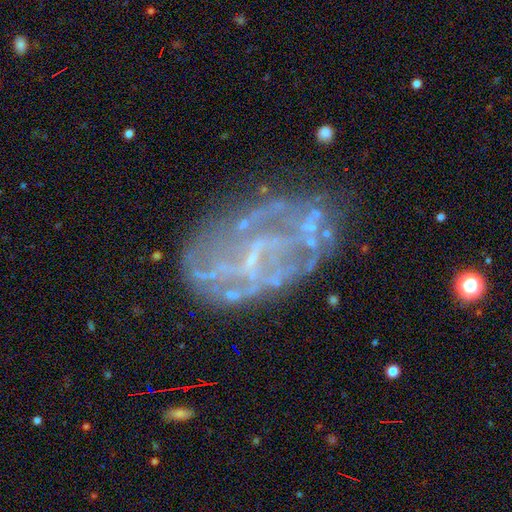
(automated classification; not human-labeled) Smooth or featured: featured or disk — 73% (star or artifact — 14%)
Edge-on disk: no — 97% (yes — 3%)
Bar: no — 57% (weak — 30%)
Spiral arms: yes — 50% (tied with no — 50%)
Bulge size: none — 52% (small — 39%)
Merging: none — 61% (minor disturbance — 19%)